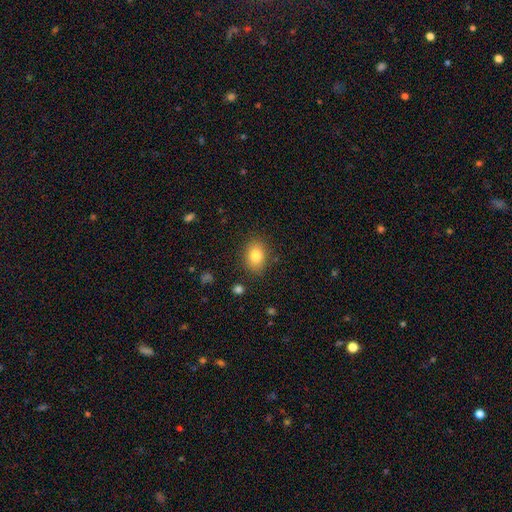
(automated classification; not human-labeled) The model was most divided on "how rounded": in between: 72%, round: 27%, cigar-shaped: 1%. More confident: merging — none (85%); smooth or featured — smooth (81%).